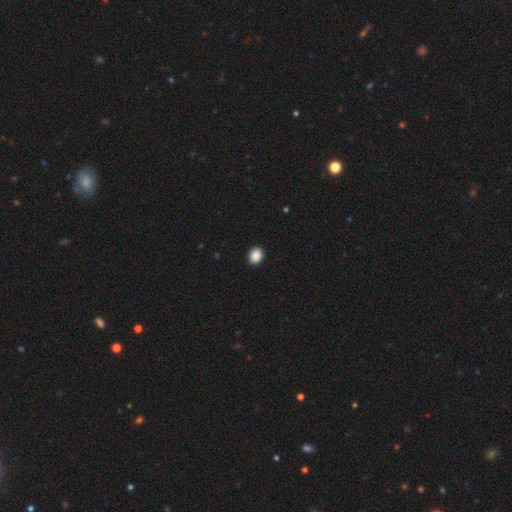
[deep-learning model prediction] Q: Smooth or featured?
A: smooth (89%); runner-up: star or artifact (9%)
Q: How rounded?
A: round (57%); runner-up: in between (42%)
Q: Merging?
A: none (92%); runner-up: minor disturbance (5%)